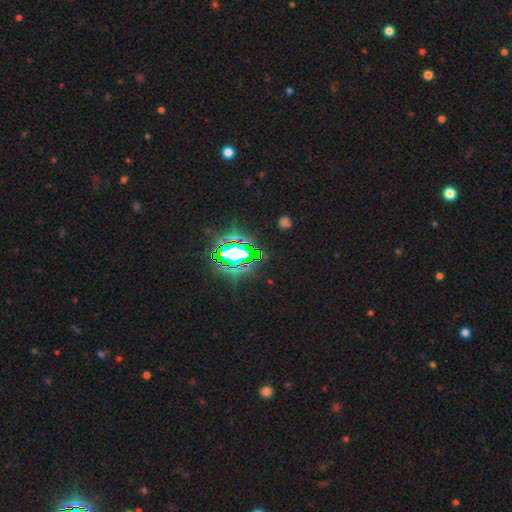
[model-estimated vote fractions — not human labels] Smooth or featured: star or artifact — 81% (smooth — 12%)